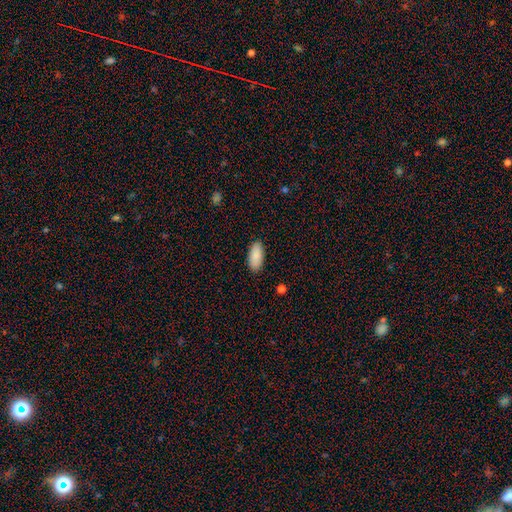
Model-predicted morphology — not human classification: This is clearly a smooth galaxy (89%). How rounded: clearly in between (91%). Merging: clearly none (89%).